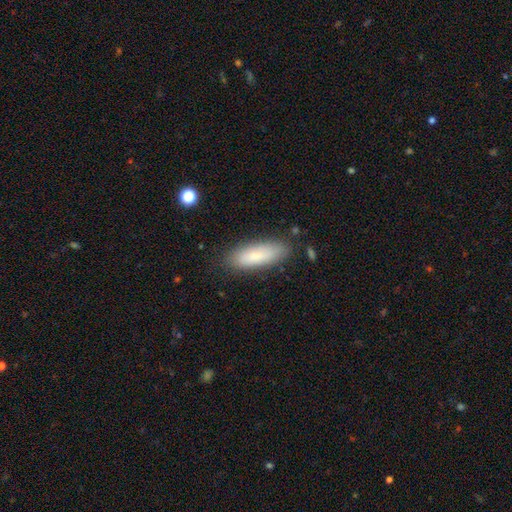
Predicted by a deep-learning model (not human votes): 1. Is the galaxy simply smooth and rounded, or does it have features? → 81% smooth, 12% featured or disk, 7% star or artifact.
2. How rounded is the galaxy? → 55% in between, 44% cigar-shaped, 2% round.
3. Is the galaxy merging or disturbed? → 83% none, 13% minor disturbance, 3% major disturbance, 2% merger.